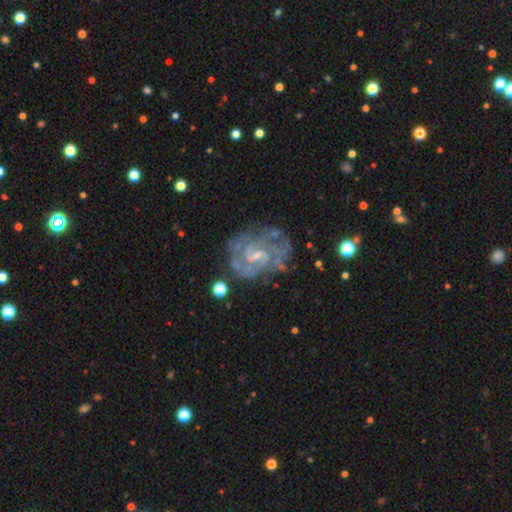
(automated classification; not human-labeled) This is clearly a featured or disk galaxy (87%). It is clearly not viewed edge-on (98%). Bar: possibly weak (58%). Spiral arm pattern: clearly yes (94%). Spiral arm count: marginally 2 (45%). Spiral winding: possibly tight (49%). Central bulge: possibly small (59%). Merging: likely none (64%).